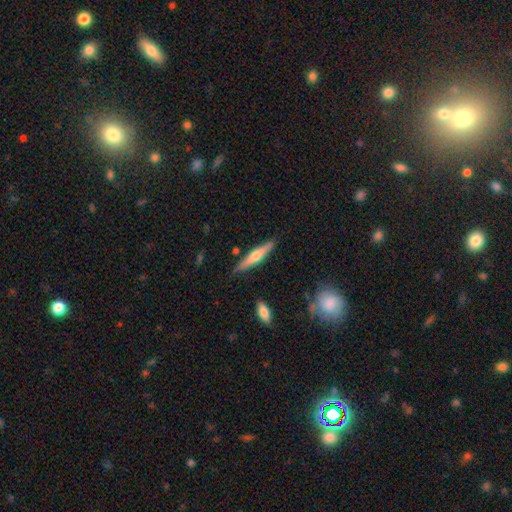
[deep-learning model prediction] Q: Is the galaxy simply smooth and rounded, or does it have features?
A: featured or disk — 52%.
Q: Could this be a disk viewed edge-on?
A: yes — 96%.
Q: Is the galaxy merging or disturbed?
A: none — 85%.